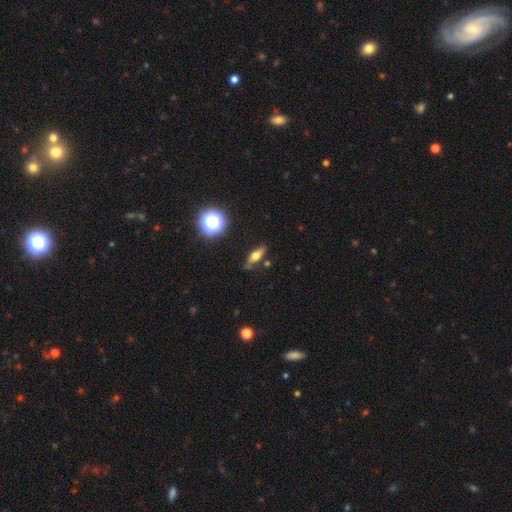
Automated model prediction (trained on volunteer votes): Smooth or featured?
  - smooth: 52% *
  - featured or disk: 37%
  - star or artifact: 11%
How rounded?
  - in between: 52% *
  - cigar-shaped: 40%
  - round: 9%
Merging?
  - none: 77% *
  - minor disturbance: 16%
  - major disturbance: 4%
  - merger: 3%